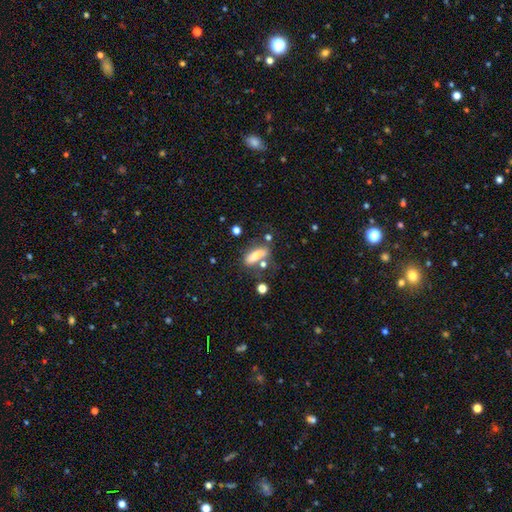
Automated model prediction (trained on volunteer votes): Overall: smooth (69%). How rounded: cigar-shaped (49%; in between 47%). Merging: none (55%; minor disturbance 19%).